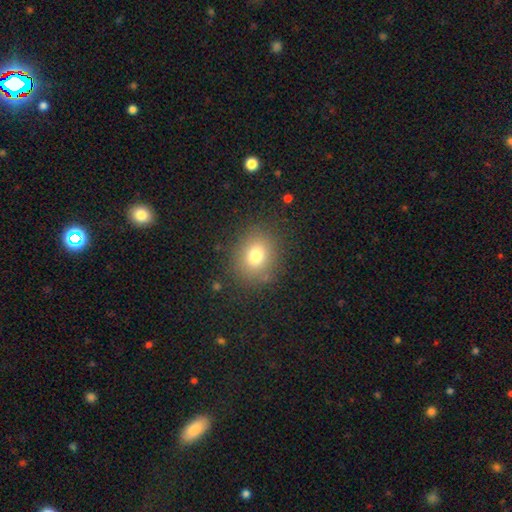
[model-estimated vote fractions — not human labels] Smooth or featured? Predicted: smooth (p=0.76). How rounded? Predicted: round (p=0.68). Merging? Predicted: none (p=0.84).